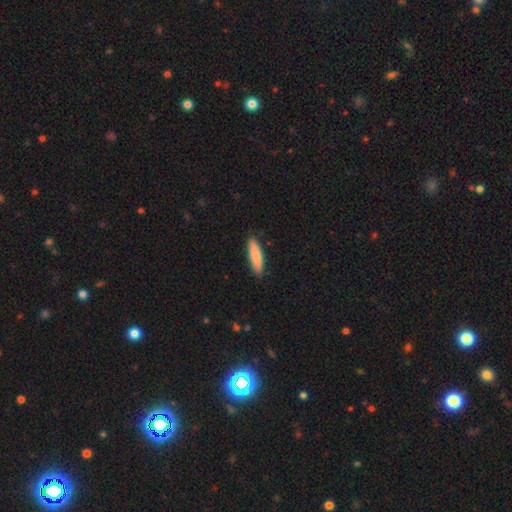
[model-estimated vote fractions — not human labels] Smooth or featured? Predicted: smooth (p=0.82). How rounded? Predicted: cigar-shaped (p=0.67). Merging? Predicted: none (p=0.88).